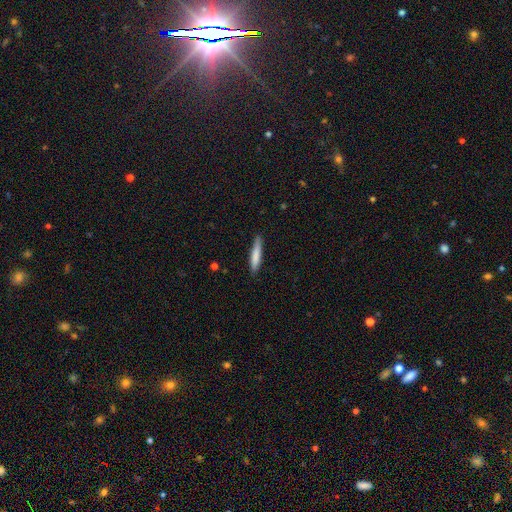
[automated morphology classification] Smooth or featured? Predicted: smooth (p=0.77). How rounded? Predicted: cigar-shaped (p=0.92). Merging? Predicted: none (p=0.87).